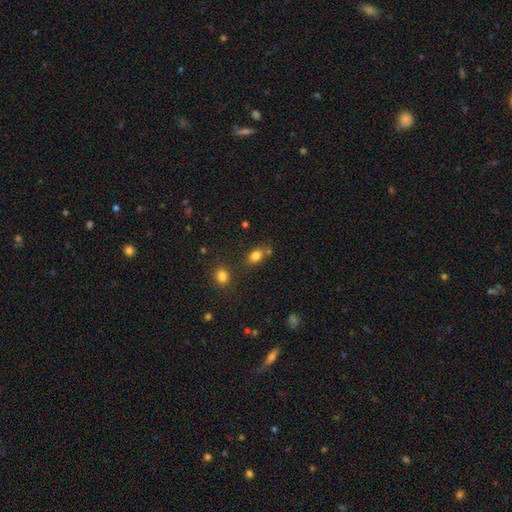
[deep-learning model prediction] Smooth or featured?
  - smooth: 80% *
  - star or artifact: 12%
  - featured or disk: 8%
How rounded?
  - in between: 67% *
  - round: 30%
  - cigar-shaped: 3%
Merging?
  - none: 65% *
  - minor disturbance: 16%
  - merger: 14%
  - major disturbance: 5%